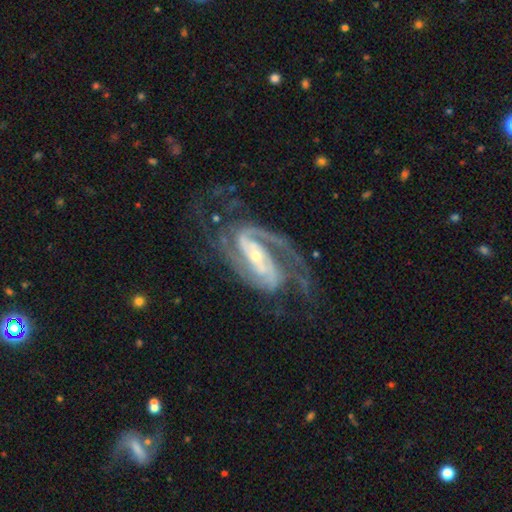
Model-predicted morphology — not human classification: A featured or disk galaxy (93%) with a strong bar (50%), 2 (70%) medium (51%) spiral arms (98%) and a small central bulge (66%). Merging: none (63%).